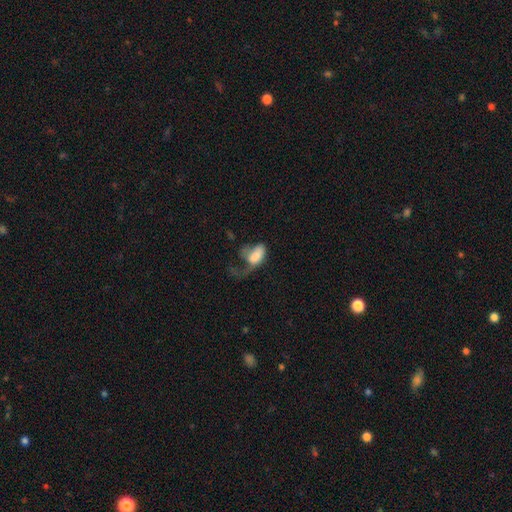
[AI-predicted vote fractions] smooth_or_featured: smooth (p=0.66) [alt: featured or disk p=0.26]
how_rounded: in between (p=0.90) [alt: round p=0.08]
merging: major disturbance (p=0.65) [alt: minor disturbance p=0.14]